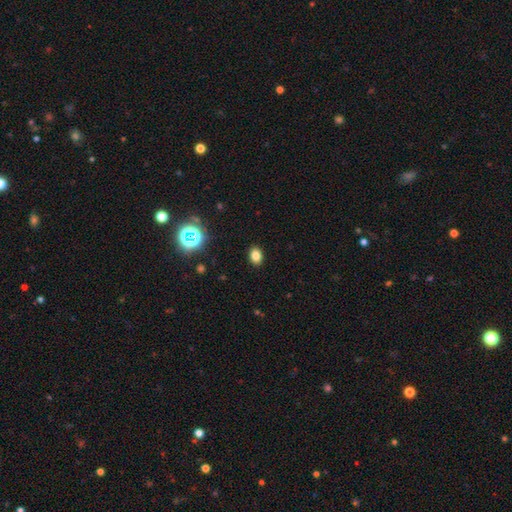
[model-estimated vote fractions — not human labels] Overall: smooth (79%). How rounded: in between (73%). Merging: none (90%).